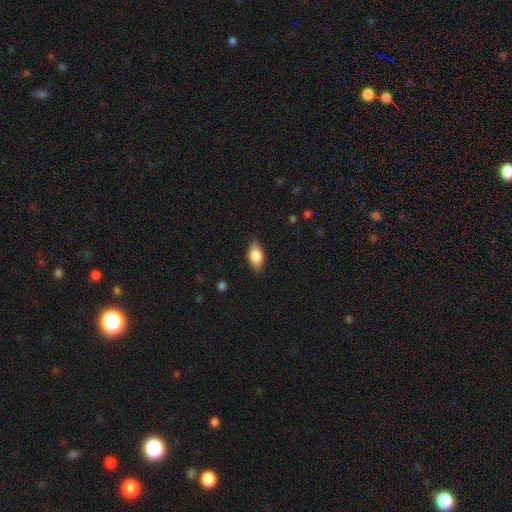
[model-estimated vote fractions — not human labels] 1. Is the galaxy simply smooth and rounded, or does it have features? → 84% smooth, 10% featured or disk, 7% star or artifact.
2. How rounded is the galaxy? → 90% in between, 5% round, 4% cigar-shaped.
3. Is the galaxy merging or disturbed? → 84% none, 12% minor disturbance, 3% major disturbance, 1% merger.